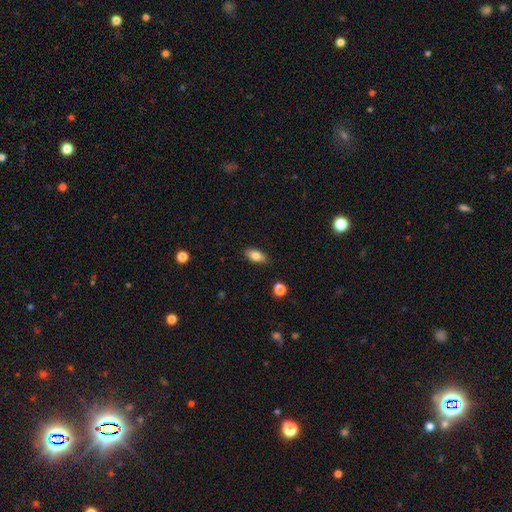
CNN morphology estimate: smooth 80%, featured or disk 12%, star or artifact 8%. Down the decision tree: how rounded — in between (87%); merging — none (85%).